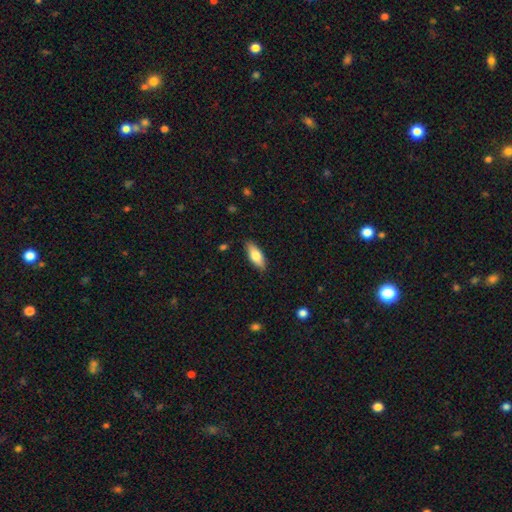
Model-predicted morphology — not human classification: Smooth or featured?
  - smooth: 75% *
  - featured or disk: 19%
  - star or artifact: 6%
How rounded?
  - in between: 75% *
  - cigar-shaped: 23%
  - round: 2%
Merging?
  - none: 86% *
  - minor disturbance: 11%
  - major disturbance: 2%
  - merger: 1%